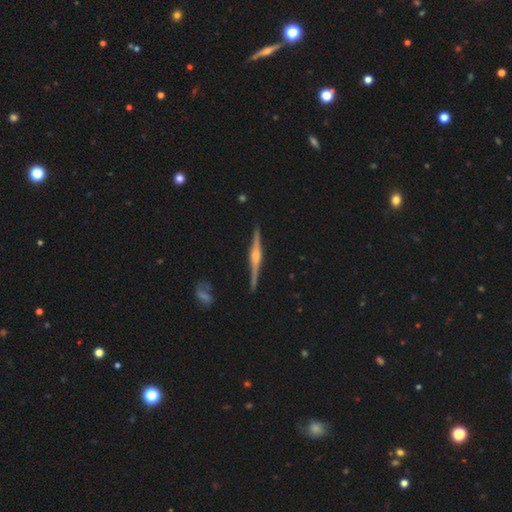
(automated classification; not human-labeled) Smooth or featured?
  - featured or disk: 85% *
  - smooth: 10%
  - star or artifact: 5%
Edge-on disk?
  - yes: 98% *
  - no: 2%
Edge-on bulge?
  - rounded: 83% *
  - boxy: 12%
  - none: 5%
Merging?
  - none: 90% *
  - minor disturbance: 7%
  - major disturbance: 1%
  - merger: 1%